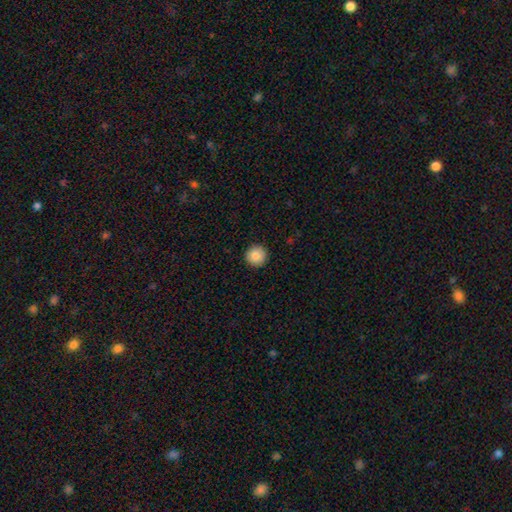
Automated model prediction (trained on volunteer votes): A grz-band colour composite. It shows a smooth galaxy with no disk features (87%) that is round (96%). Merging: none (93%).